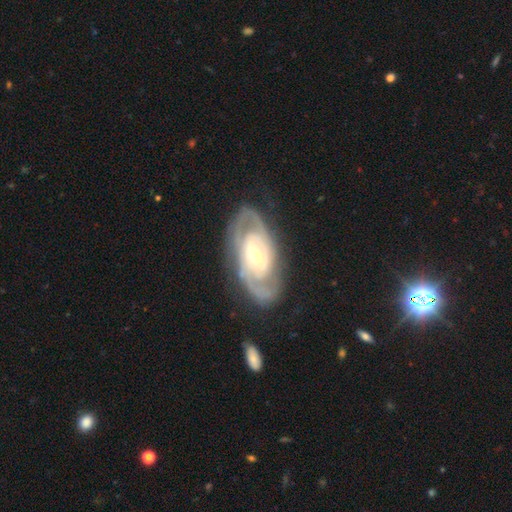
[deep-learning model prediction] A featured or disk galaxy (84%) with no bar (53%), 2 (64%) tight (56%) spiral arms (88%) and a small central bulge (54%). Merging: none (77%).